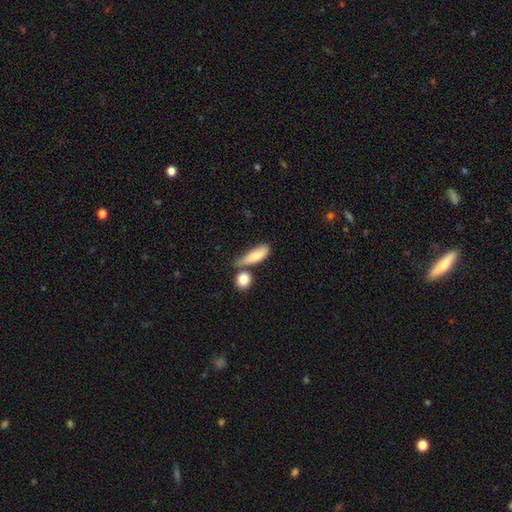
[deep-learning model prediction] smooth-or-featured: smooth: 78% | featured or disk: 15% | star or artifact: 7%
  how-rounded: in between: 62% | cigar-shaped: 33% | round: 5%
  merging: none: 38% | merger: 27% | minor disturbance: 24% | major disturbance: 12%